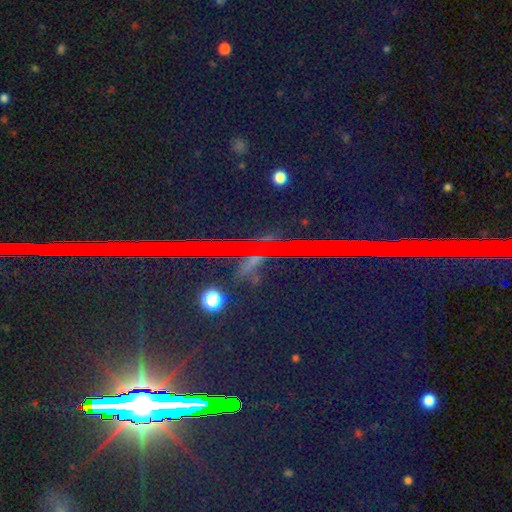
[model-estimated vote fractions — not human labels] Smooth or featured?
  - star or artifact: 84% *
  - smooth: 9%
  - featured or disk: 7%